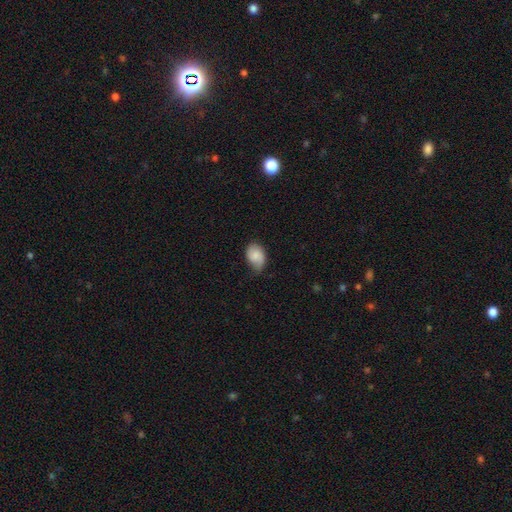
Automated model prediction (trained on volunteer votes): Smooth or featured? smooth (75%)
How rounded? in between (79%)
Merging? none (56%)